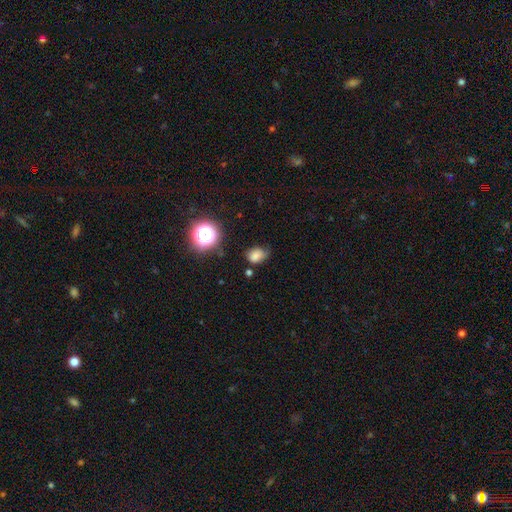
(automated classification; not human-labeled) smooth-or-featured: smooth: 74% | star or artifact: 16% | featured or disk: 11%
  how-rounded: in between: 68% | round: 31% | cigar-shaped: 1%
  merging: none: 51% | minor disturbance: 35% | major disturbance: 11% | merger: 3%